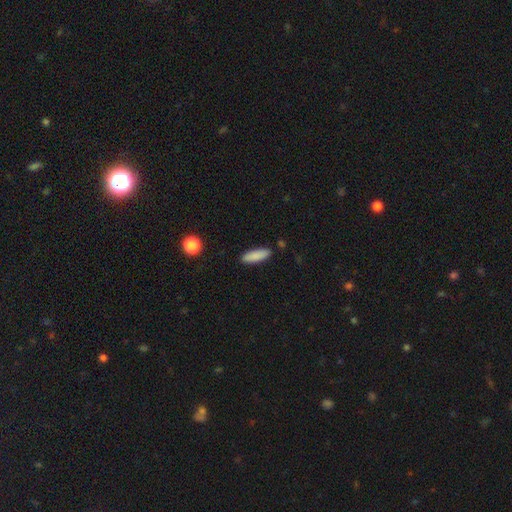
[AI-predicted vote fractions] This appears to be a smooth galaxy with no disk features (87%) that is cigar-shaped (52%). Merging: none (88%).